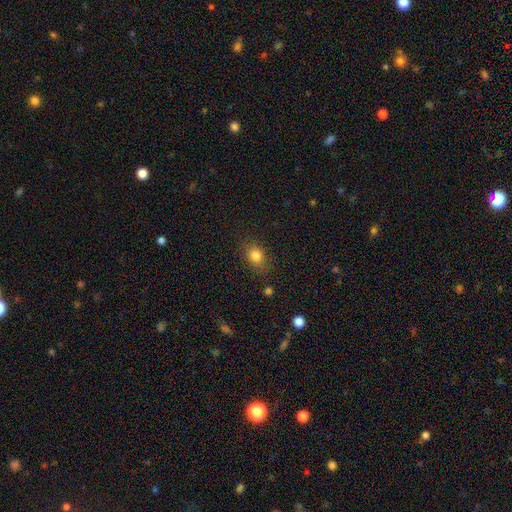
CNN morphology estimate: Smooth or featured: smooth — 82% (star or artifact — 11%)
How rounded: round — 50% (in between — 49%)
Merging: none — 80% (minor disturbance — 14%)